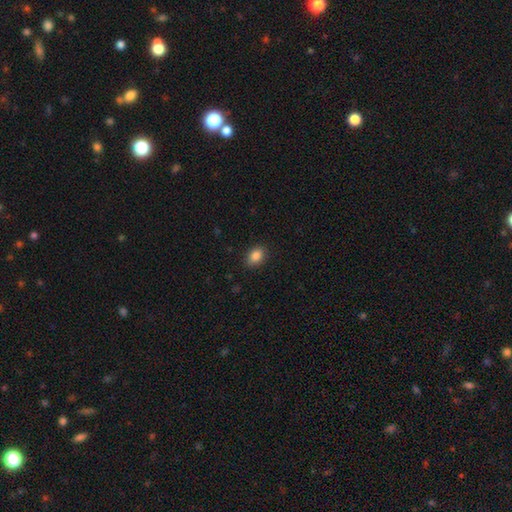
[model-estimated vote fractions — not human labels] smooth-or-featured: smooth: 86% | star or artifact: 9% | featured or disk: 5%
  how-rounded: in between: 73% | round: 25% | cigar-shaped: 1%
  merging: none: 87% | minor disturbance: 9% | major disturbance: 2% | merger: 1%